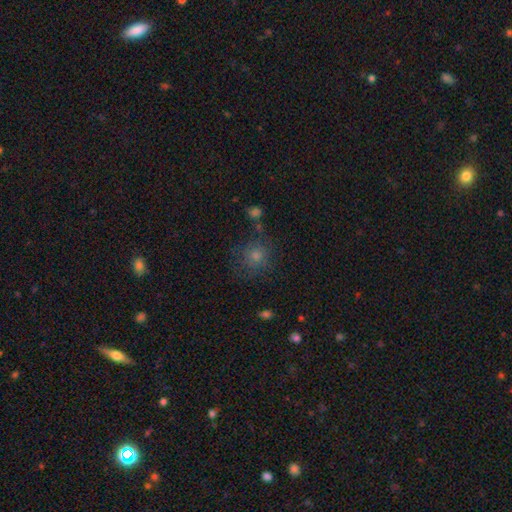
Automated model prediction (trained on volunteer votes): smooth-or-featured: smooth: 59% | star or artifact: 27% | featured or disk: 13%
  how-rounded: round: 89% | in between: 10% | cigar-shaped: 1%
  merging: none: 77% | minor disturbance: 13% | major disturbance: 6% | merger: 4%